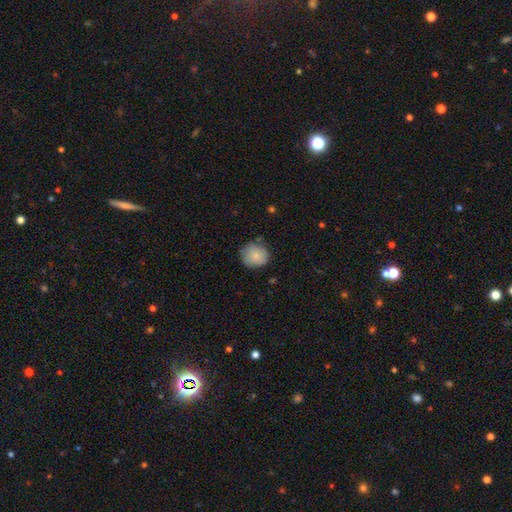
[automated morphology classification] Overall: smooth (80%). How rounded: round (82%). Merging: none (75%).